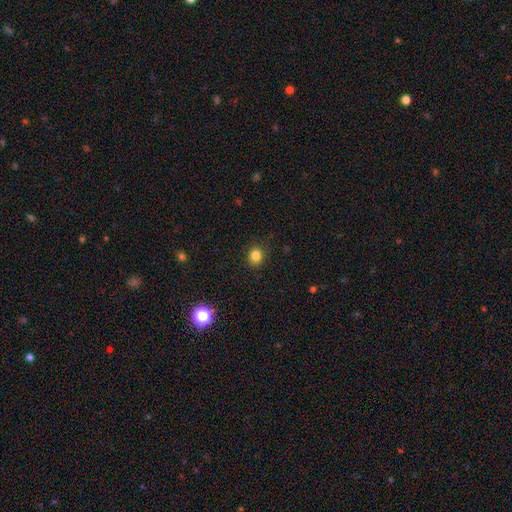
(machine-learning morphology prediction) Smooth or featured? smooth (83%)
How rounded? round (74%)
Merging? none (89%)